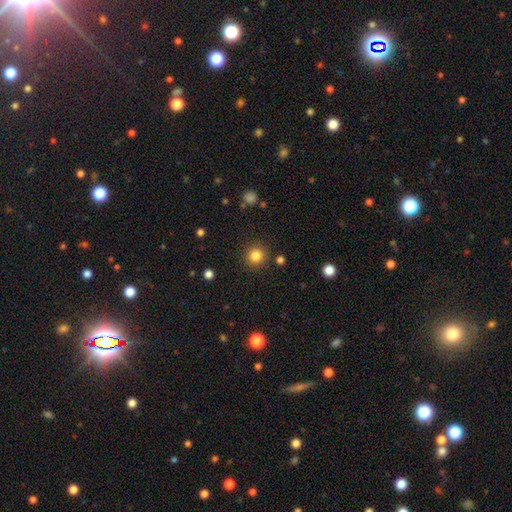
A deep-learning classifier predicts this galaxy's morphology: This appears to be a smooth galaxy with no disk features (84%) that is round (94%). Merging: none (89%).